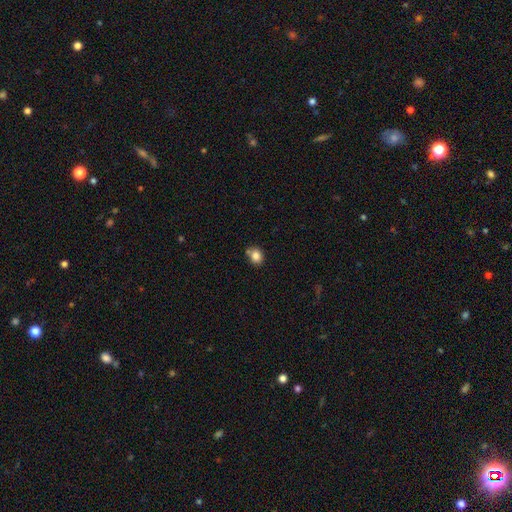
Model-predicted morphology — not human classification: smooth 83%, star or artifact 10%, featured or disk 7%. Down the decision tree: how rounded — round (67%); merging — none (68%).